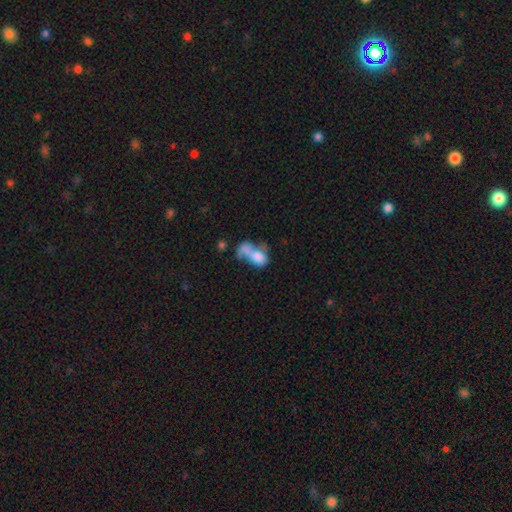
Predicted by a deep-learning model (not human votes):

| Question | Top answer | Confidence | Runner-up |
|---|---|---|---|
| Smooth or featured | smooth | 65% | featured or disk (26%) |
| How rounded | in between | 80% | round (16%) |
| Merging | merger | 59% | major disturbance (20%) |